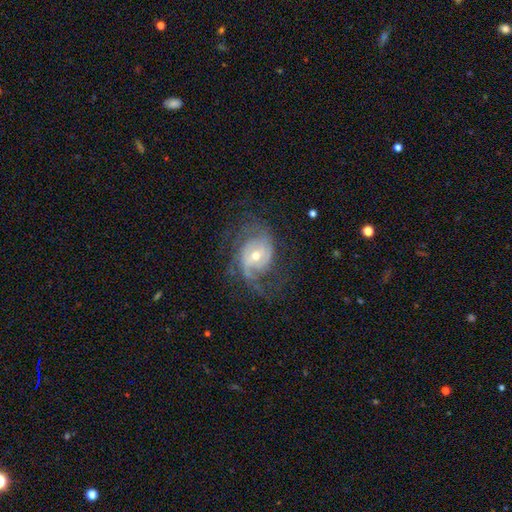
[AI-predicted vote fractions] Morphology: type=featured or disk (84%); edge-on=no (97%); bar=no (49%); spiral arms=yes (93%); winding=medium (43%); arm count=2 (51%); bulge=moderate (55%); merging=none (58%).